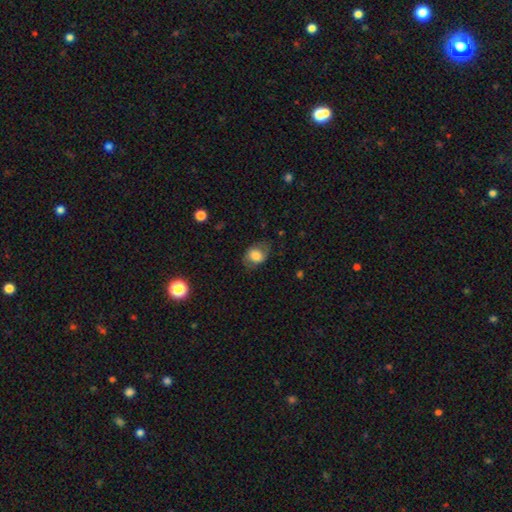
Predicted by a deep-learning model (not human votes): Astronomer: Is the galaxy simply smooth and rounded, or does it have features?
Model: smooth — 73%.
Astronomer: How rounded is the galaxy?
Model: in between — 64%.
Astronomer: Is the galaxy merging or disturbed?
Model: none — 67%.